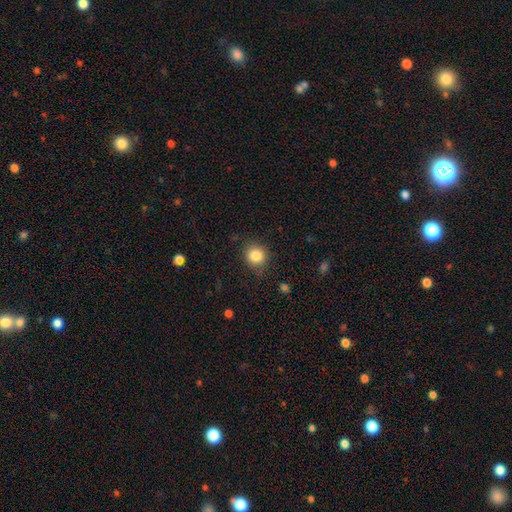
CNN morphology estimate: type=smooth (84%); roundness=round (87%); merging=none (82%).